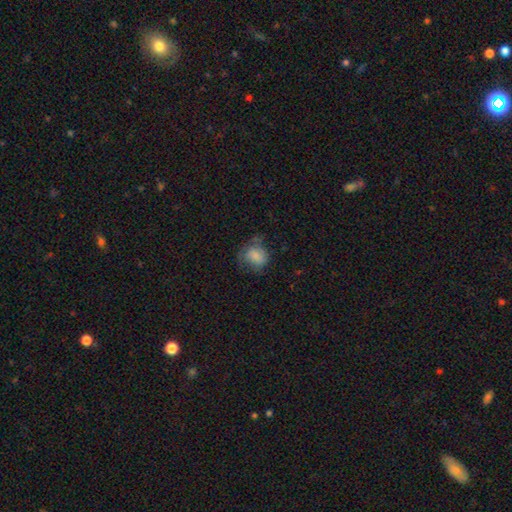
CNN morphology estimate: Smooth or featured? smooth (74%)
How rounded? round (64%)
Merging? none (47%)